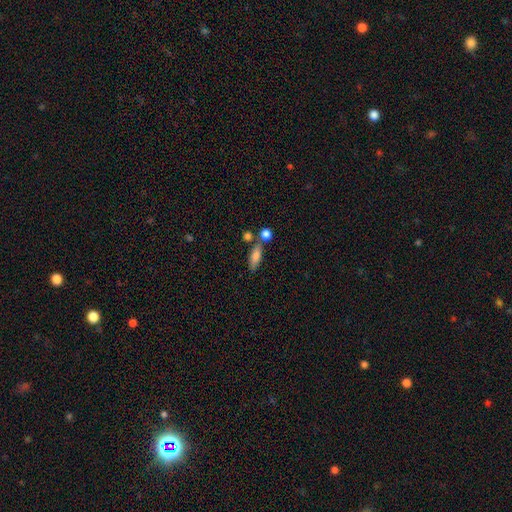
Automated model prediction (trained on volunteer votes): This is likely a smooth galaxy (71%). How rounded: possibly in between (56%). Merging: likely none (66%).